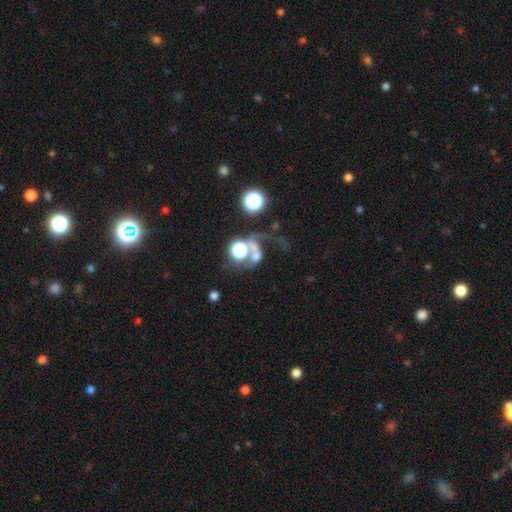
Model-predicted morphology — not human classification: Q: Smooth or featured?
A: smooth (39%); runner-up: featured or disk (33%)
Q: Merging?
A: merger (39%); runner-up: major disturbance (28%)